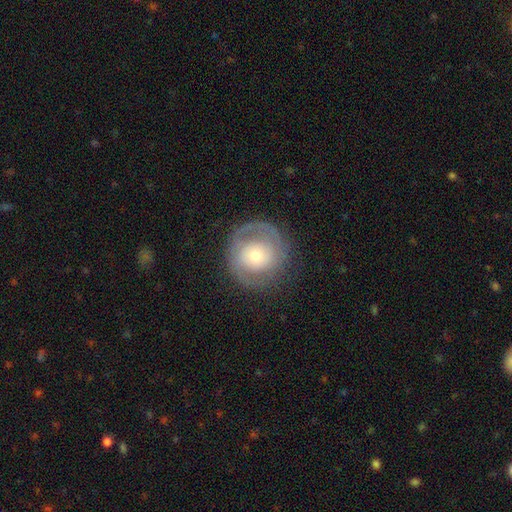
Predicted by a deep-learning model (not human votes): smooth-or-featured: featured or disk: 61% | smooth: 32% | star or artifact: 7%
  disk-edge-on: no: 96% | yes: 4%
    bar: no: 77% | weak: 17% | strong: 5%
    has-spiral-arms: yes: 72% | no: 28%
    bulge-size: moderate: 52% | small: 38% | large: 7% | dominant: 2% | none: 1%
  merging: none: 76% | minor disturbance: 14% | major disturbance: 8% | merger: 1%